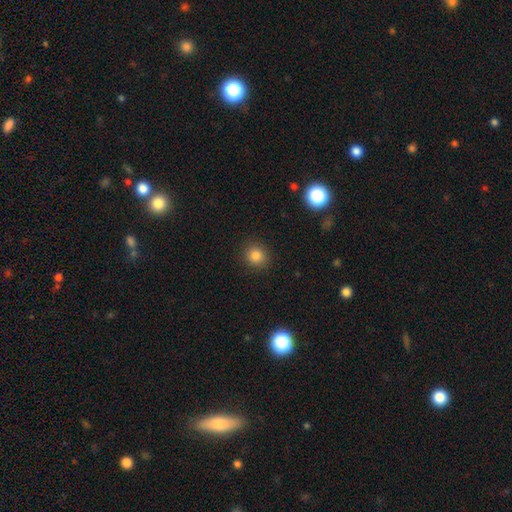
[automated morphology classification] Overall: smooth (82%). How rounded: round (87%). Merging: none (90%).